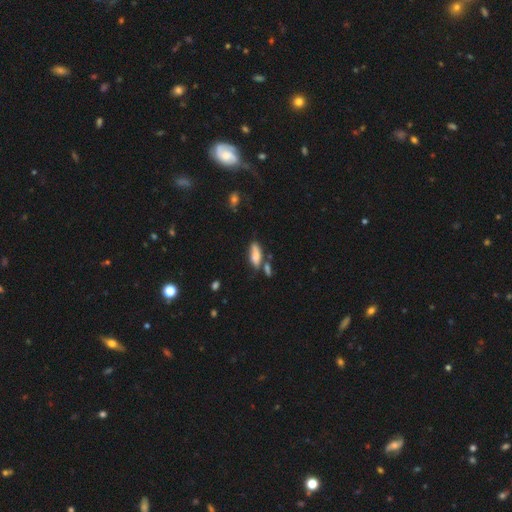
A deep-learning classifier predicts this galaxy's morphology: The model was most divided on "merging": none: 48%, minor disturbance: 24%, merger: 20%, major disturbance: 8%. More confident: smooth or featured — smooth (71%); how rounded — in between (70%).